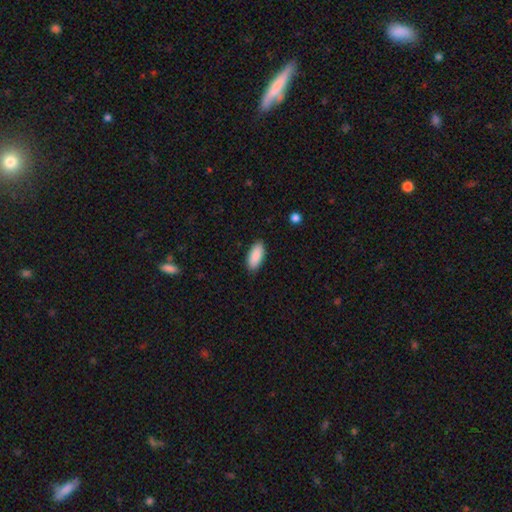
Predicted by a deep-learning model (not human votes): smooth 90%, star or artifact 6%, featured or disk 4%. Down the decision tree: how rounded — in between (87%); merging — none (88%).